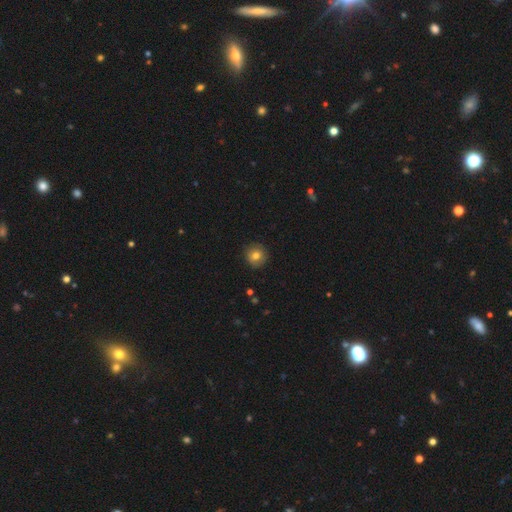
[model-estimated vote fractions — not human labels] Overall: smooth (78%). How rounded: round (93%). Merging: none (90%).